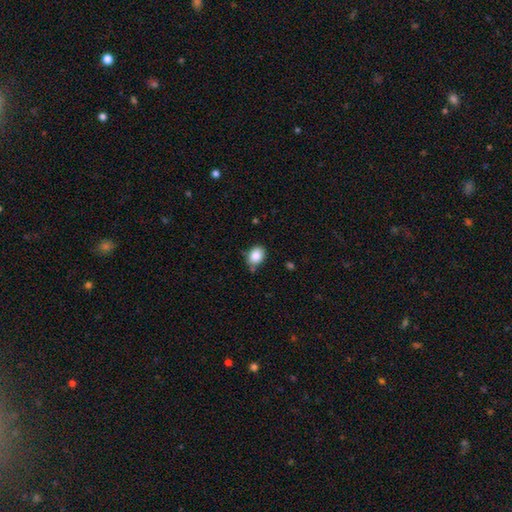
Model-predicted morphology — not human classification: smooth-or-featured: smooth: 86% | star or artifact: 9% | featured or disk: 6%
  how-rounded: in between: 63% | round: 36% | cigar-shaped: 1%
  merging: none: 70% | minor disturbance: 21% | merger: 5% | major disturbance: 4%